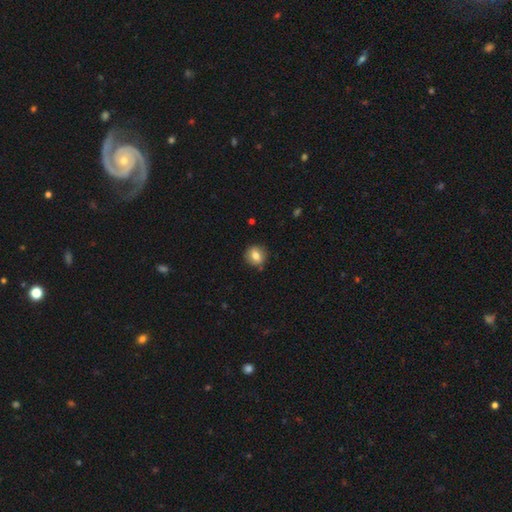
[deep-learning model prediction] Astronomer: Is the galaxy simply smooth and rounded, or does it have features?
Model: smooth — 76%.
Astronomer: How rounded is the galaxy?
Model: round — 78%.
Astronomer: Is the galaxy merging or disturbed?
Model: none — 85%.